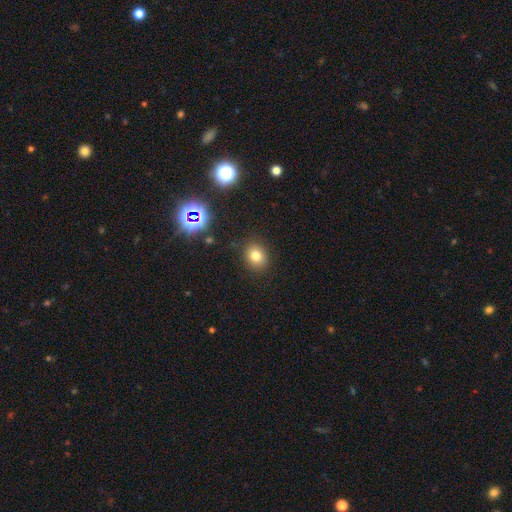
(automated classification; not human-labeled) This is likely a smooth galaxy (76%). How rounded: possibly round (59%). Merging: clearly none (88%).